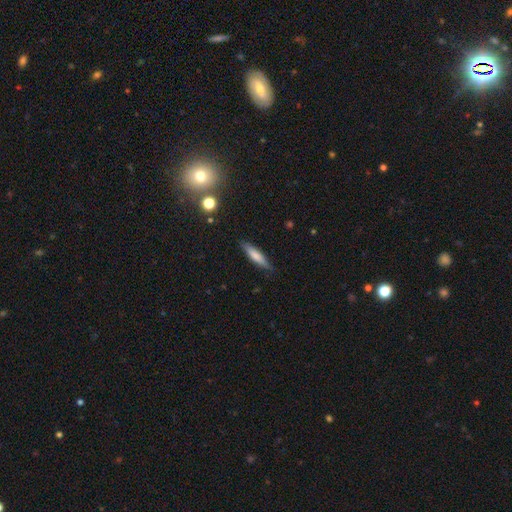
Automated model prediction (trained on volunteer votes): smooth 67%, featured or disk 26%, star or artifact 7%. Down the decision tree: how rounded — cigar-shaped (83%); merging — none (86%).